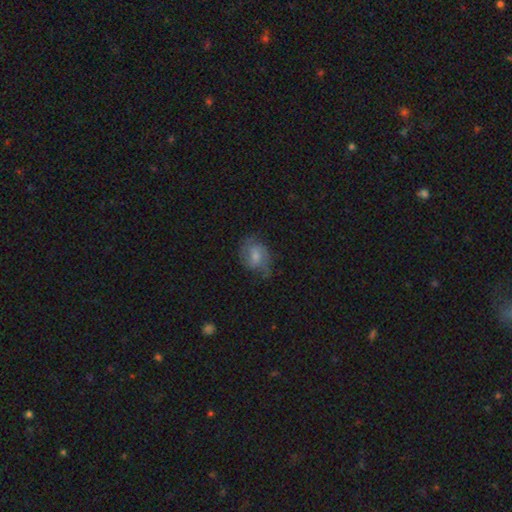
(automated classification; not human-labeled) The model was most divided on "bar": no: 46%, weak: 45%, strong: 9%. Remaining: edge-on disk — no (96%); spiral arms — yes (84%); merging — none (62%); smooth or featured — featured or disk (52%); bulge size — moderate (46%).